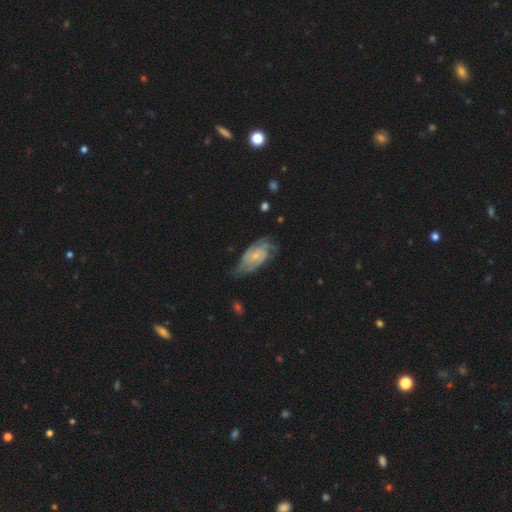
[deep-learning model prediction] Smooth or featured?
  - featured or disk: 81% *
  - smooth: 14%
  - star or artifact: 5%
Edge-on disk?
  - no: 96% *
  - yes: 4%
Bar?
  - no: 66% *
  - weak: 29%
  - strong: 5%
Spiral arms?
  - yes: 95% *
  - no: 5%
Spiral winding?
  - tight: 54% *
  - medium: 36%
  - loose: 10%
Spiral arm count?
  - 2: 46% *
  - 3: 21%
  - can't tell: 20%
  - 4: 5%
  - 1: 4%
  - more than 4: 3%
Bulge size?
  - small: 65% *
  - moderate: 24%
  - none: 7%
  - large: 2%
  - dominant: 1%
Merging?
  - none: 61% *
  - minor disturbance: 26%
  - major disturbance: 11%
  - merger: 2%